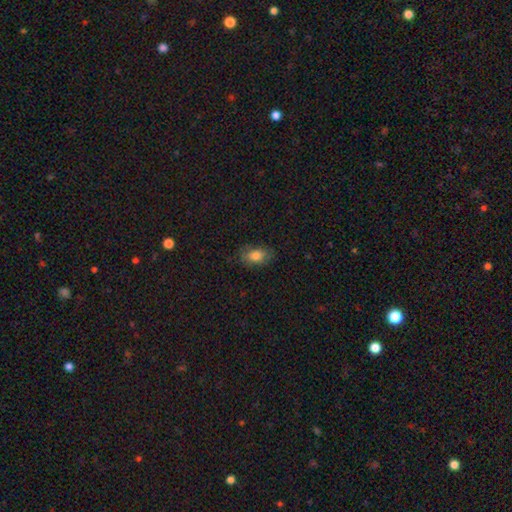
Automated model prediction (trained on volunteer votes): This appears to be a smooth galaxy with no disk features (82%) that is in between round and cigar-shaped (87%). Merging: none (80%).